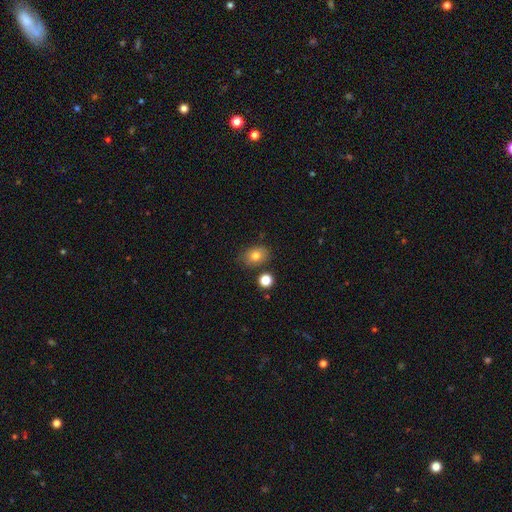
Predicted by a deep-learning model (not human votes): Q: Smooth or featured?
A: smooth (78%); runner-up: featured or disk (11%)
Q: How rounded?
A: in between (67%); runner-up: round (32%)
Q: Merging?
A: none (78%); runner-up: minor disturbance (13%)